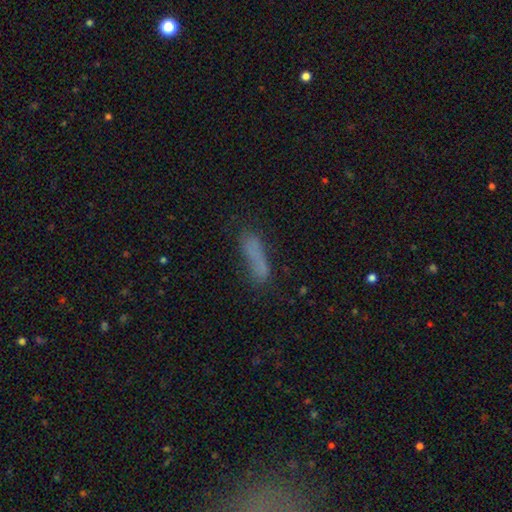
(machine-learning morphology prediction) This appears to be a smooth galaxy with no disk features (72%) that is cigar-shaped (71%). Merging: none (63%).